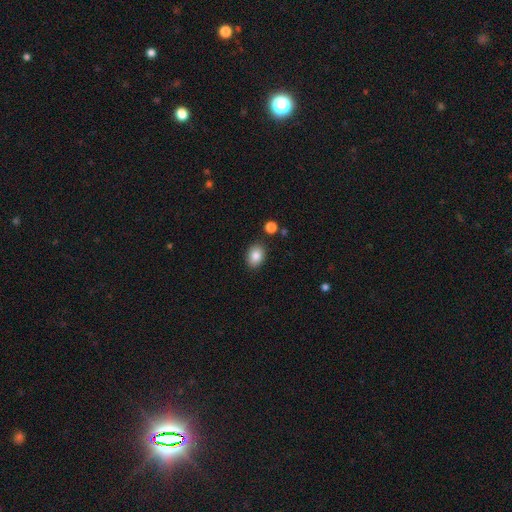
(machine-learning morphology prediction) This is clearly a smooth galaxy (85%). How rounded: likely in between (73%). Merging: clearly none (86%).